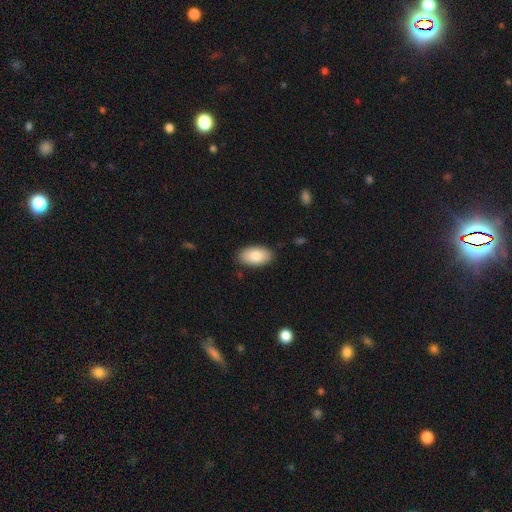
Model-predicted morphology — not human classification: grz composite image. It shows a smooth galaxy with no disk features (82%) that is in between round and cigar-shaped (95%). Merging: none (87%).